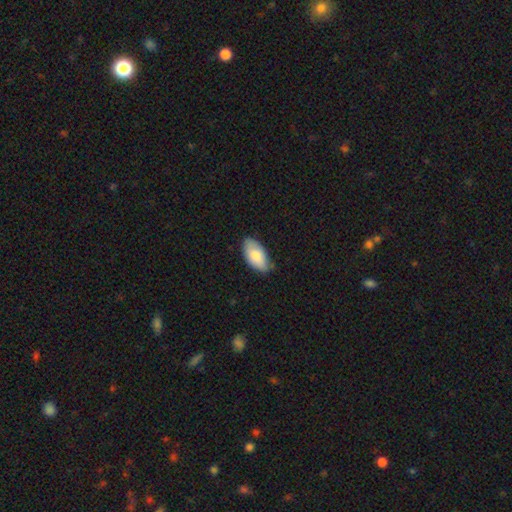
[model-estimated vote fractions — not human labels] Smooth or featured?
  - smooth: 82% *
  - featured or disk: 12%
  - star or artifact: 6%
How rounded?
  - in between: 95% *
  - round: 3%
  - cigar-shaped: 2%
Merging?
  - none: 71% *
  - minor disturbance: 25%
  - major disturbance: 3%
  - merger: 1%